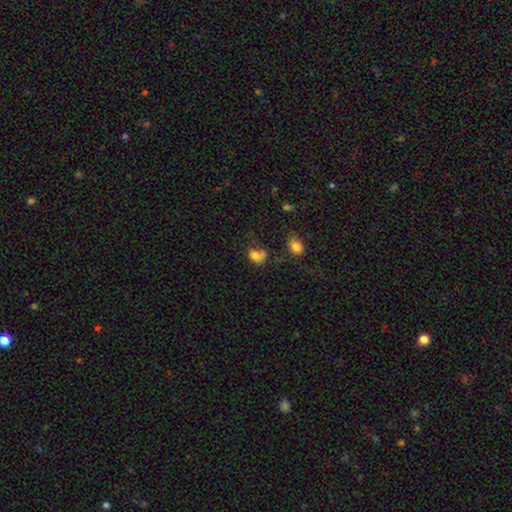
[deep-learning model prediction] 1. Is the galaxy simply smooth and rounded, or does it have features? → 74% smooth, 14% featured or disk, 12% star or artifact.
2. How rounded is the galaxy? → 62% in between, 37% round, 1% cigar-shaped.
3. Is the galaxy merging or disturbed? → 32% none, 24% merger, 23% minor disturbance, 21% major disturbance.